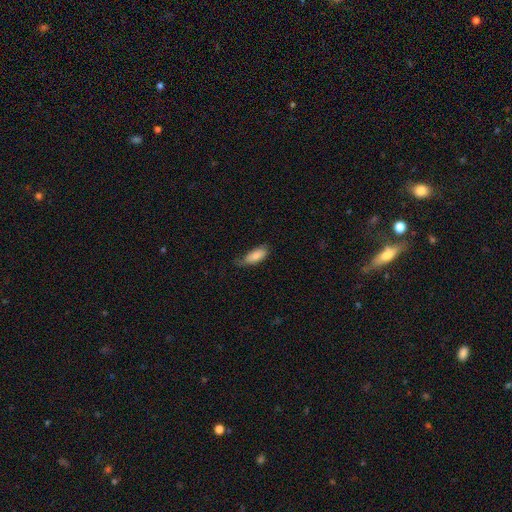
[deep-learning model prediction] A smooth galaxy with no disk features (82%) that is in between round and cigar-shaped (82%).

Vote fractions:
- Smooth or featured? smooth: 82% / featured or disk: 12% / star or artifact: 6%
- How rounded? in between: 82% / cigar-shaped: 16% / round: 2%
- Merging? none: 50% / minor disturbance: 37% / major disturbance: 11% / merger: 2%